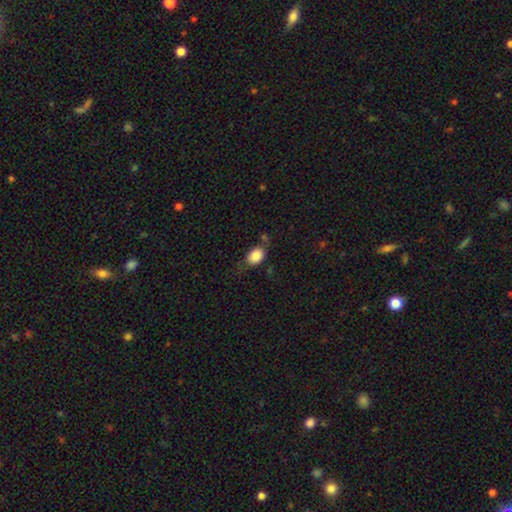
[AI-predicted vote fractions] Smooth or featured: smooth — 84% (star or artifact — 8%)
How rounded: in between — 72% (round — 26%)
Merging: none — 58% (minor disturbance — 25%)